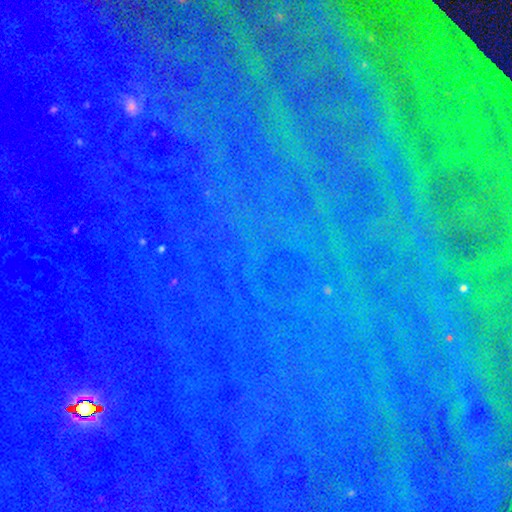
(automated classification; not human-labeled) Smooth or featured?
  - star or artifact: 83% *
  - smooth: 10%
  - featured or disk: 8%